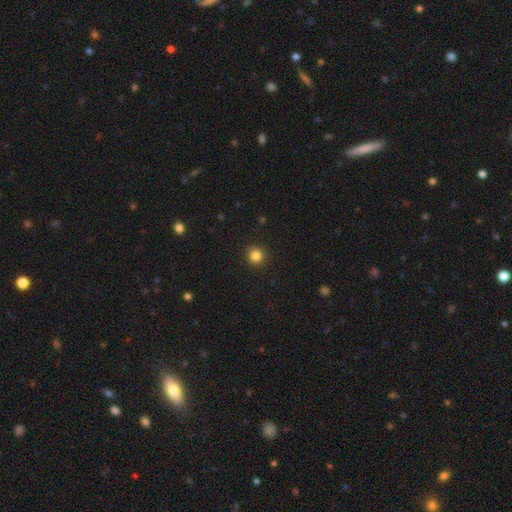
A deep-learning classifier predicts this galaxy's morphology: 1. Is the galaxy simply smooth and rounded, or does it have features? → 84% smooth, 12% star or artifact, 4% featured or disk.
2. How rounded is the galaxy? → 94% round, 5% in between, 1% cigar-shaped.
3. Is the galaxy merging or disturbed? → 92% none, 5% minor disturbance, 2% major disturbance, 1% merger.